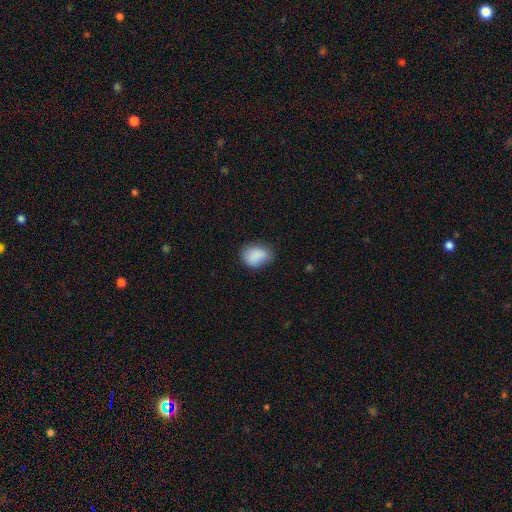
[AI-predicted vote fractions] Q: Smooth or featured?
A: smooth (85%); runner-up: star or artifact (8%)
Q: How rounded?
A: in between (73%); runner-up: round (25%)
Q: Merging?
A: none (62%); runner-up: minor disturbance (29%)